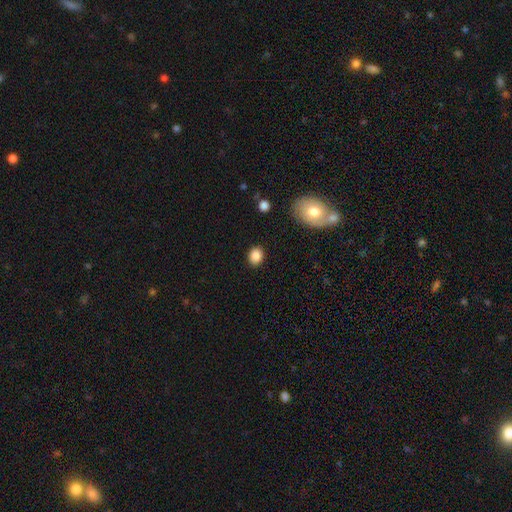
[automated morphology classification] Smooth or featured?
  - smooth: 86% *
  - star or artifact: 9%
  - featured or disk: 4%
How rounded?
  - in between: 50% *
  - round: 49%
  - cigar-shaped: 1%
Merging?
  - none: 88% *
  - minor disturbance: 8%
  - major disturbance: 2%
  - merger: 1%